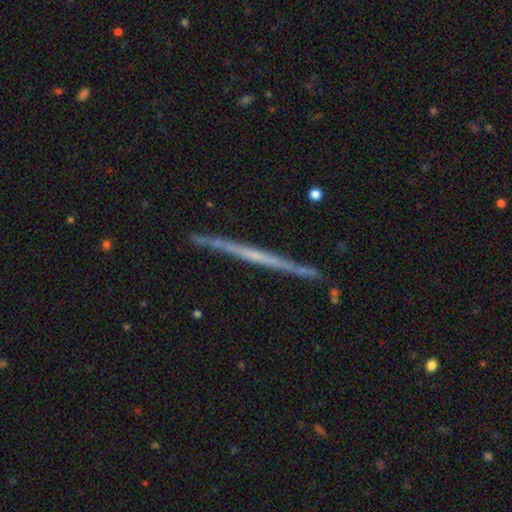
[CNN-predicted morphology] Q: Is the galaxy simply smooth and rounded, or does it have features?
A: featured or disk — 71%.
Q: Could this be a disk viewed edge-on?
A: yes — 98%.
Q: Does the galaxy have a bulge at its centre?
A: none — 80%.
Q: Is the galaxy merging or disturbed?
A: none — 87%.